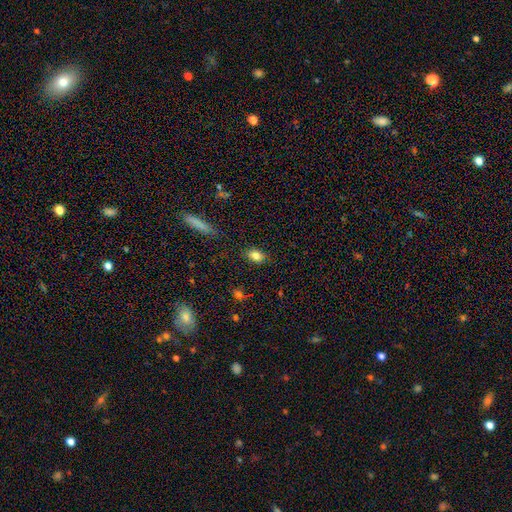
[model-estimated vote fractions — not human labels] smooth_or_featured: smooth (p=0.81) [alt: star or artifact p=0.10]
how_rounded: in between (p=0.79) [alt: round p=0.18]
merging: none (p=0.85) [alt: minor disturbance p=0.11]